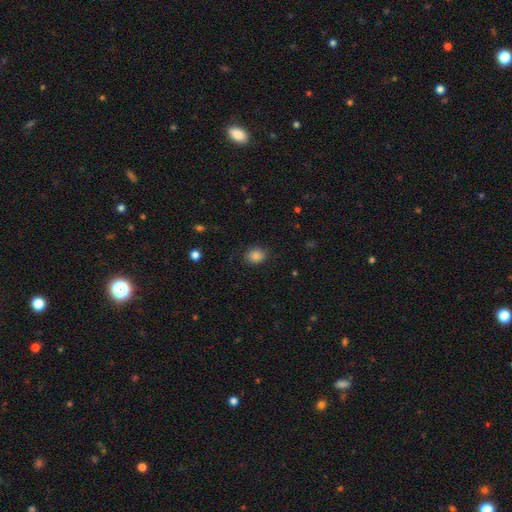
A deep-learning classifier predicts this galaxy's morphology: type=smooth (86%); roundness=round (50%); merging=none (85%).